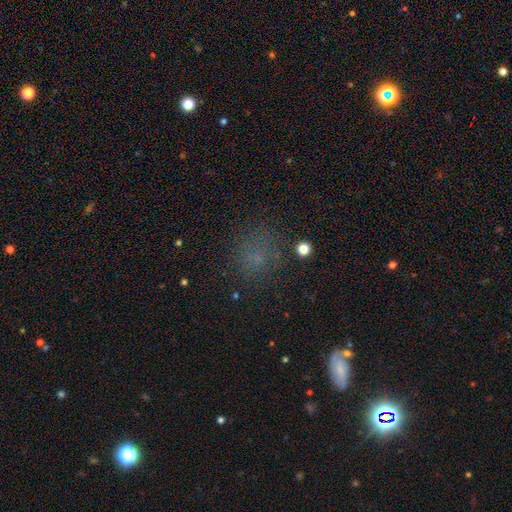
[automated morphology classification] This is possibly a smooth galaxy (58%). How rounded: likely round (77%). Merging: likely none (72%).